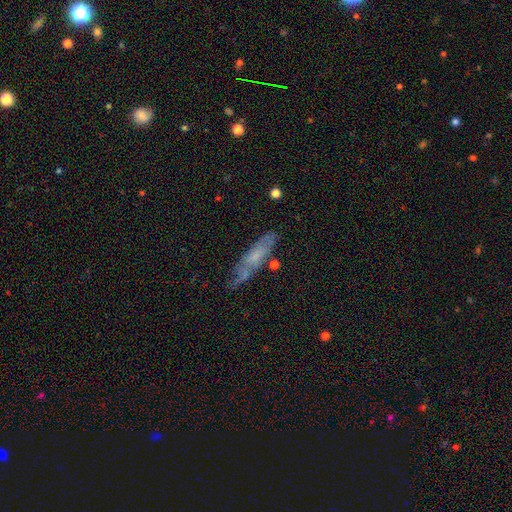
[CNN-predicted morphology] type=smooth (48%); merging=none (62%).